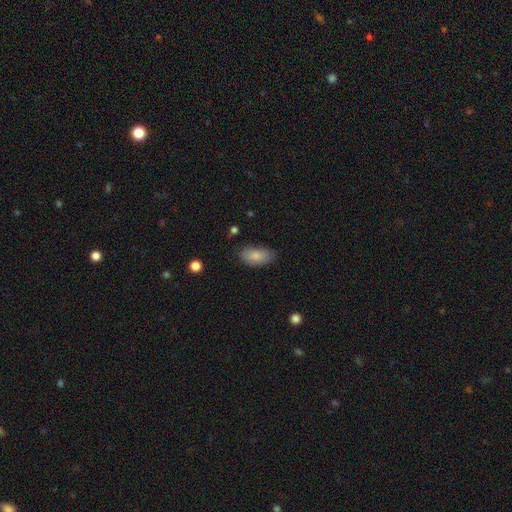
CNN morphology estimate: smooth 85%, featured or disk 8%, star or artifact 7%. Down the decision tree: how rounded — in between (93%); merging — none (76%).